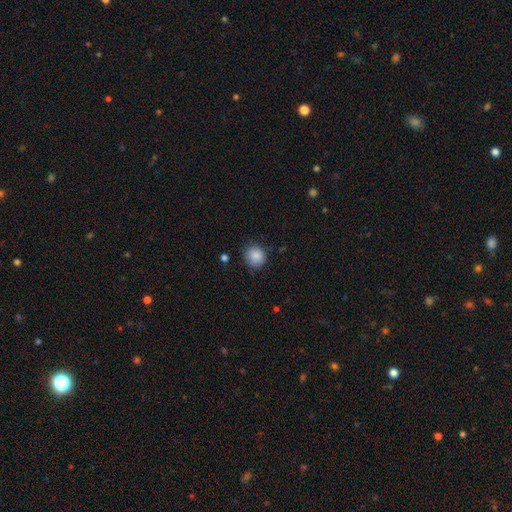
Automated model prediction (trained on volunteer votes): smooth 87%, star or artifact 8%, featured or disk 5%. Down the decision tree: how rounded — round (87%); merging — none (82%).